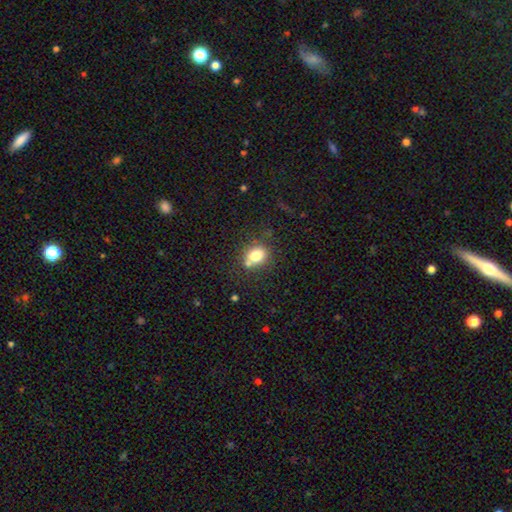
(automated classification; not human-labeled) Smooth or featured? smooth (77%)
How rounded? round (51%)
Merging? none (61%)